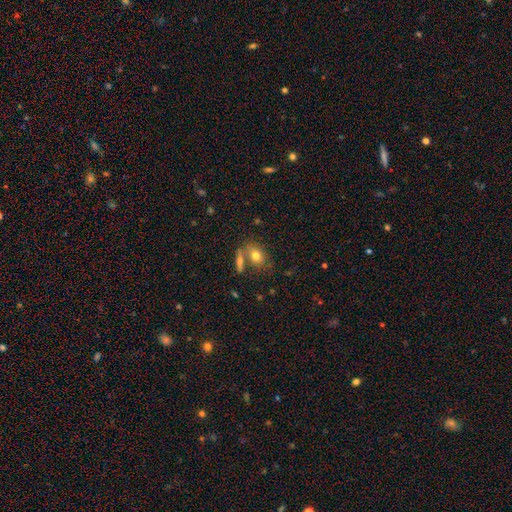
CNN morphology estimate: This is likely a smooth galaxy (74%). How rounded: likely in between (68%). Merging: possibly none (52%).